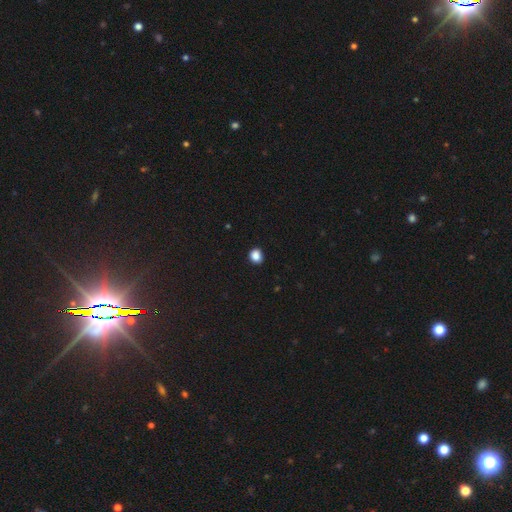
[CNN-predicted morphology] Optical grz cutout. It shows a smooth galaxy with no disk features (86%) that is round (72%). Merging: none (89%).